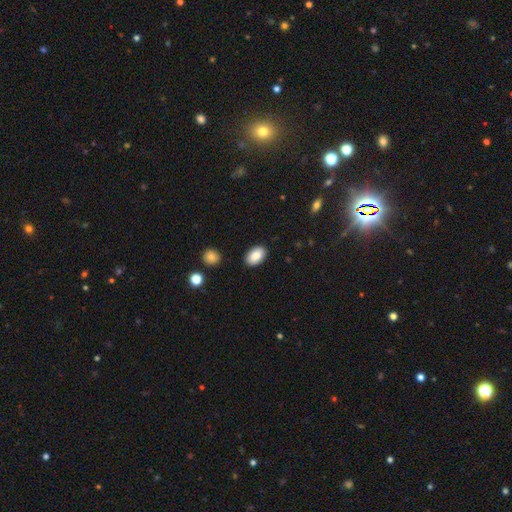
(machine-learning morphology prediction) Q: Smooth or featured?
A: smooth (87%); runner-up: star or artifact (7%)
Q: How rounded?
A: in between (92%); runner-up: round (7%)
Q: Merging?
A: none (88%); runner-up: minor disturbance (8%)